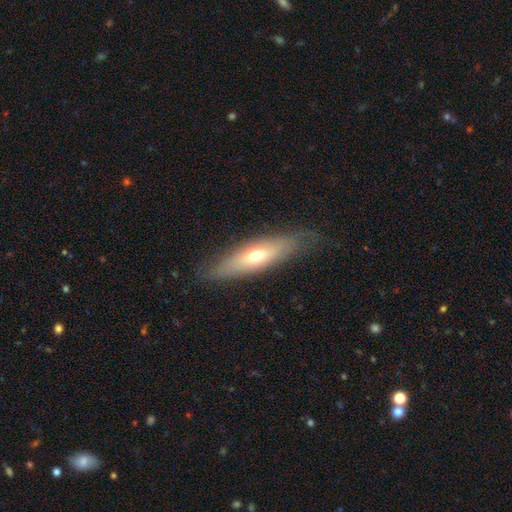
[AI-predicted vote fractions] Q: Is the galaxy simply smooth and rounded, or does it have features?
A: smooth — 48%.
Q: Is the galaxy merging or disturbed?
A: none — 77%.